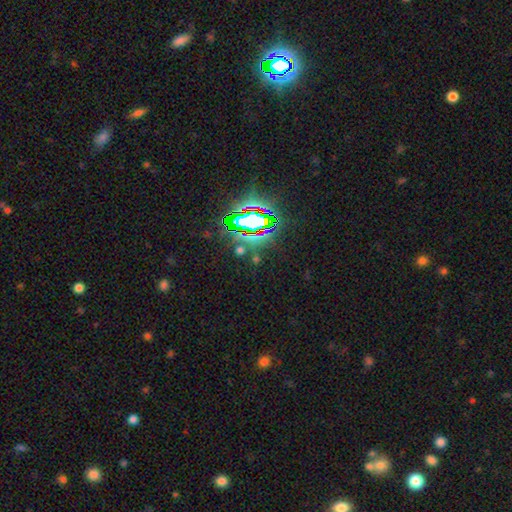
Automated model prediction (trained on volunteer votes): Smooth or featured?
  - star or artifact: 78% *
  - smooth: 13%
  - featured or disk: 9%